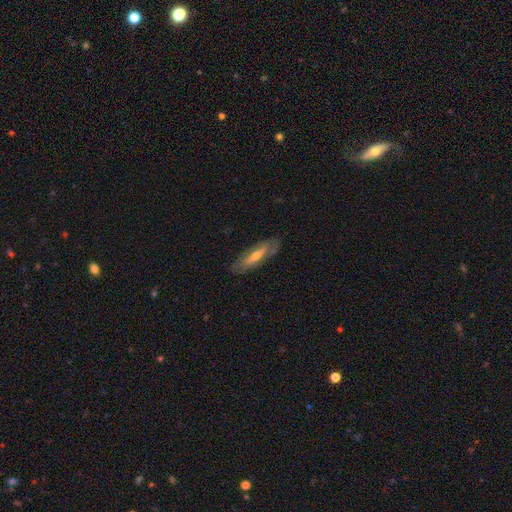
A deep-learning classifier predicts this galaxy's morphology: This is likely a featured or disk galaxy (64%). It is possibly not viewed edge-on (56%). Merging: clearly none (81%).